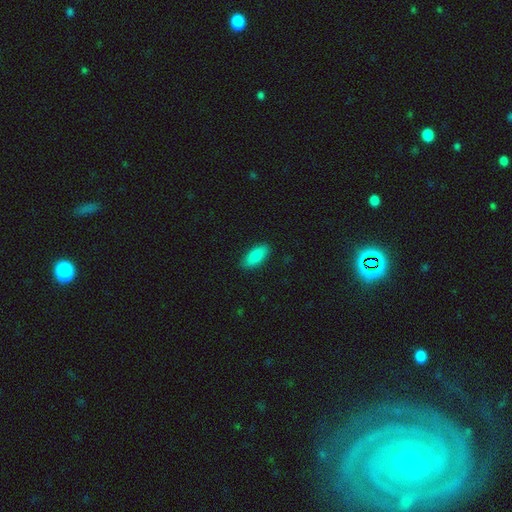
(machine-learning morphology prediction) This is clearly a smooth galaxy (88%). How rounded: clearly in between (83%). Merging: clearly none (87%).